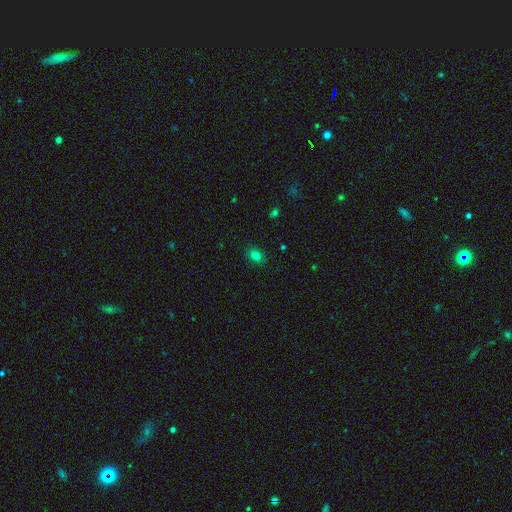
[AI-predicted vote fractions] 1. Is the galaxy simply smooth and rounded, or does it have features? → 79% smooth, 14% star or artifact, 7% featured or disk.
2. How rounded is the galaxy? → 71% in between, 27% round, 2% cigar-shaped.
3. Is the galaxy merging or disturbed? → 87% none, 9% minor disturbance, 2% major disturbance, 1% merger.